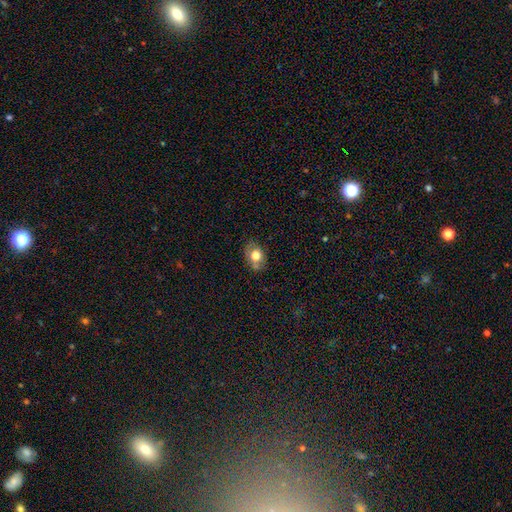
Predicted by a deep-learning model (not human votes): Smooth or featured? Predicted: smooth (p=0.72). How rounded? Predicted: in between (p=0.69). Merging? Predicted: none (p=0.67).